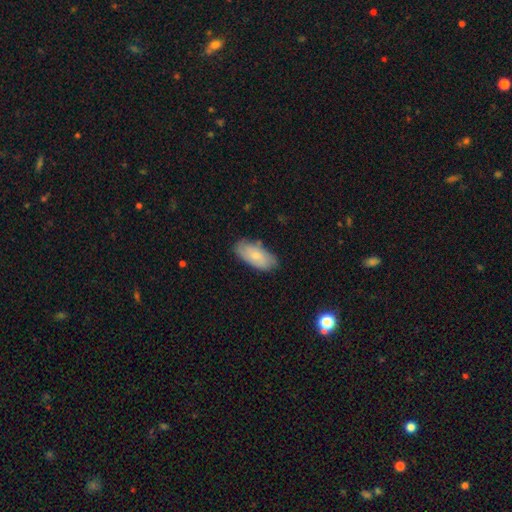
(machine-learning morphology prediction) type=smooth (72%); roundness=in between (91%); merging=none (78%).